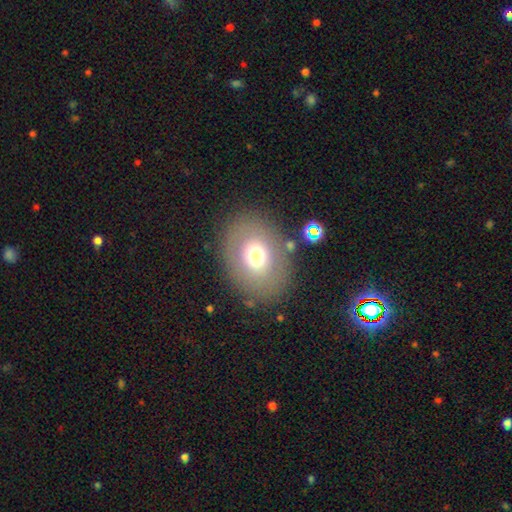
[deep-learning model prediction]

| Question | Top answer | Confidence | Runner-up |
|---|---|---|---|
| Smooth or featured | smooth | 67% | featured or disk (19%) |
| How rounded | in between | 55% | round (44%) |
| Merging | none | 80% | minor disturbance (10%) |